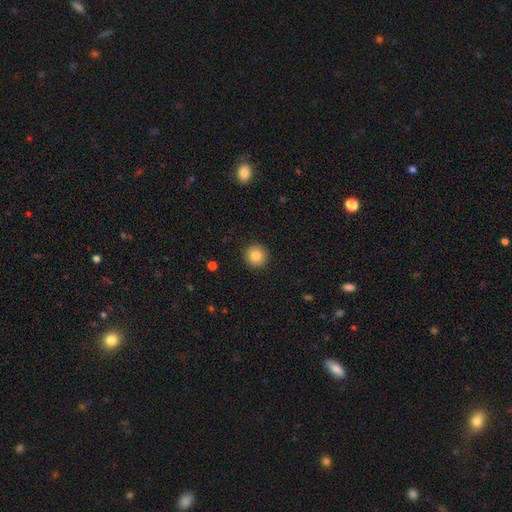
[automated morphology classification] A smooth galaxy with no disk features (85%) that is round (95%). Merging: none (92%).